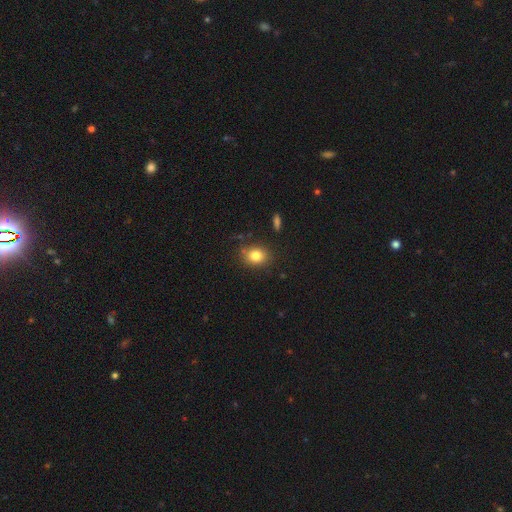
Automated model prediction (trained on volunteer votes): A smooth galaxy with no disk features (81%) that is round (52%). Merging: none (81%).